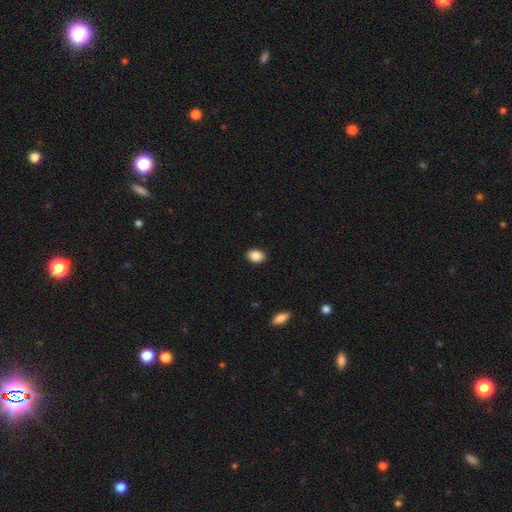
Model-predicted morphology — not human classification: A smooth galaxy with no disk features (87%) that is in between round and cigar-shaped (80%).

Vote fractions:
- Smooth or featured? smooth: 87% / star or artifact: 8% / featured or disk: 5%
- How rounded? in between: 80% / round: 19% / cigar-shaped: 1%
- Merging? none: 89% / minor disturbance: 8% / major disturbance: 2% / merger: 1%